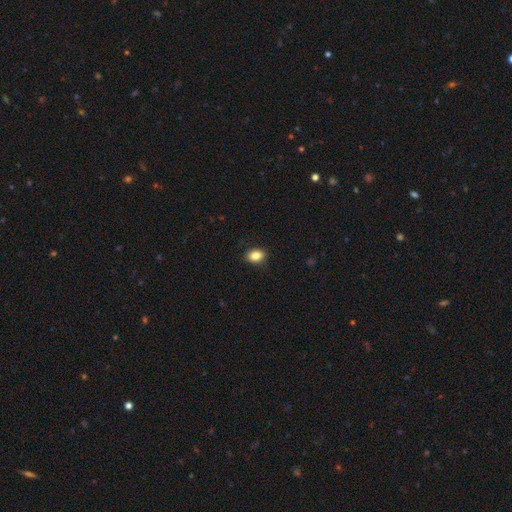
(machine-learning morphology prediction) smooth-or-featured: smooth: 86% | star or artifact: 9% | featured or disk: 5%
  how-rounded: in between: 72% | round: 27% | cigar-shaped: 1%
  merging: none: 89% | minor disturbance: 8% | major disturbance: 2% | merger: 1%